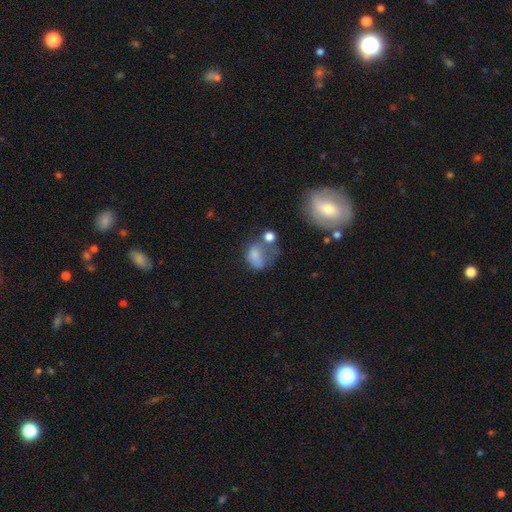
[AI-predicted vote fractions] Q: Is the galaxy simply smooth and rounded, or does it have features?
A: smooth — 63%.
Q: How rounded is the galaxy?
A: in between — 64%.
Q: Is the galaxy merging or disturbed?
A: major disturbance — 37%.